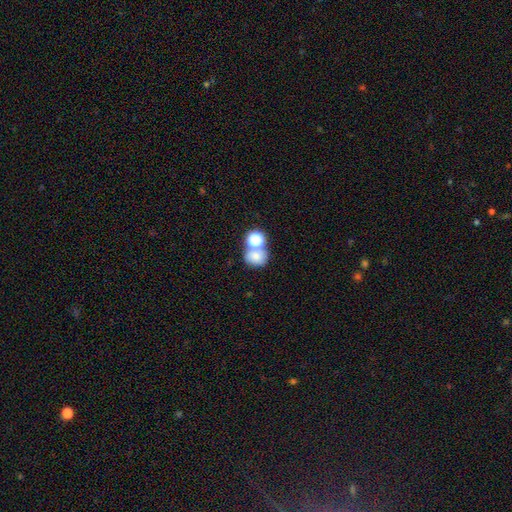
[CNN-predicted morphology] Smooth or featured?
  - smooth: 73% *
  - star or artifact: 15%
  - featured or disk: 12%
How rounded?
  - round: 62% *
  - in between: 37%
  - cigar-shaped: 1%
Merging?
  - merger: 45% *
  - none: 40%
  - minor disturbance: 10%
  - major disturbance: 5%